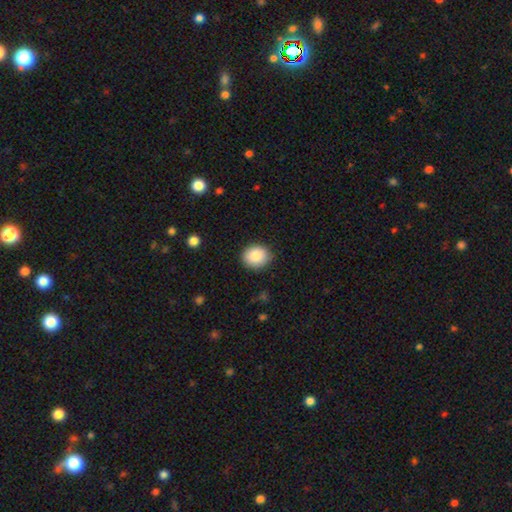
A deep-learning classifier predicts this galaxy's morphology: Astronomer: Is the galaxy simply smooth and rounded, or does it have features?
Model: smooth — 86%.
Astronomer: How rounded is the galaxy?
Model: round — 72%.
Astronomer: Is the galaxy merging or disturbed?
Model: none — 86%.